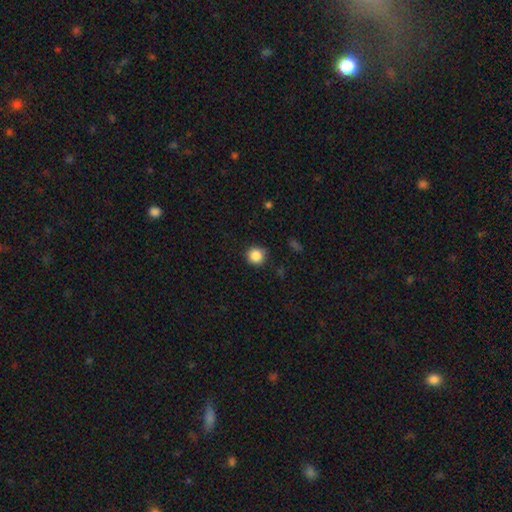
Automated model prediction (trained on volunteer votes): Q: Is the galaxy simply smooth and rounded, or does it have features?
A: smooth — 86%.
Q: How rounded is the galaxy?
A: round — 93%.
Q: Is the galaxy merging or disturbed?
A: none — 86%.